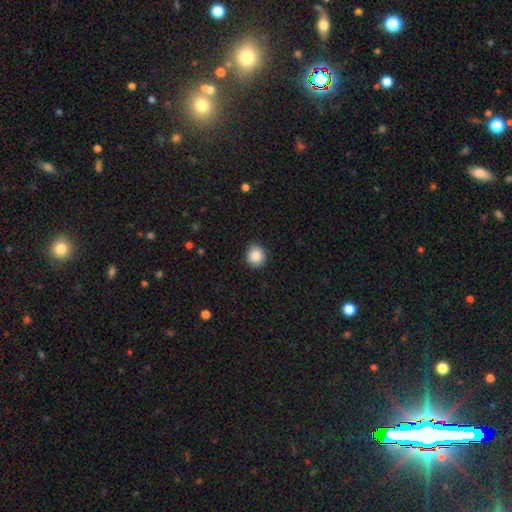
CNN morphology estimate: type=smooth (87%); roundness=round (84%); merging=none (89%).